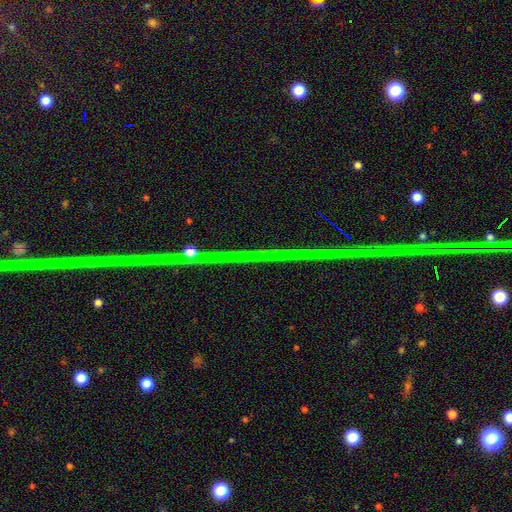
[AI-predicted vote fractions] Smooth or featured? star or artifact (83%)